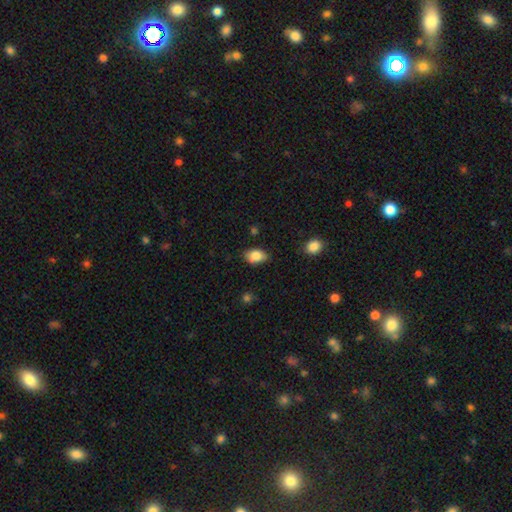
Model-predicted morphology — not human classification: The model was most divided on "merging": none: 78%, minor disturbance: 17%, major disturbance: 3%, merger: 2%. More confident: how rounded — in between (86%); smooth or featured — smooth (83%).